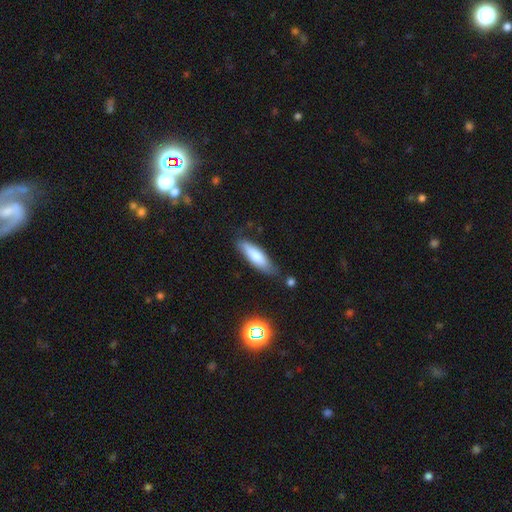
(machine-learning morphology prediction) type=smooth (73%); roundness=cigar-shaped (56%); merging=none (75%).